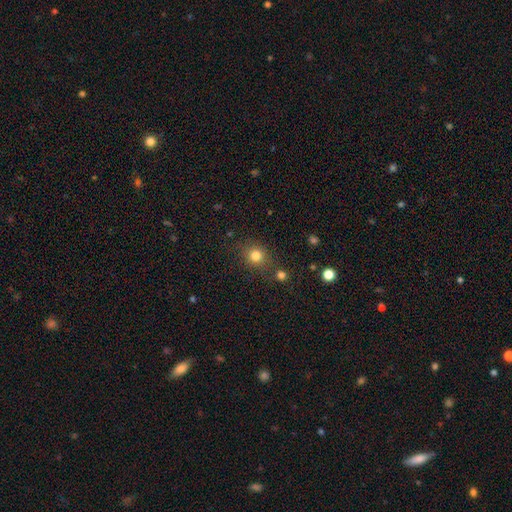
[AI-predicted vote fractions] Smooth or featured? smooth (80%)
How rounded? round (83%)
Merging? none (77%)